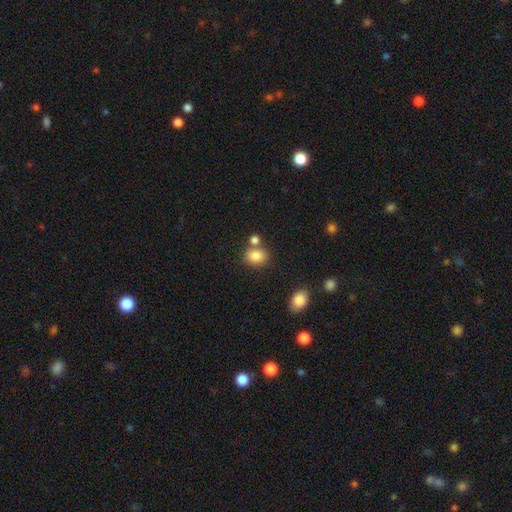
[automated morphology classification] Q: Smooth or featured?
A: smooth (84%); runner-up: star or artifact (10%)
Q: How rounded?
A: in between (51%); runner-up: round (48%)
Q: Merging?
A: none (64%); runner-up: merger (21%)